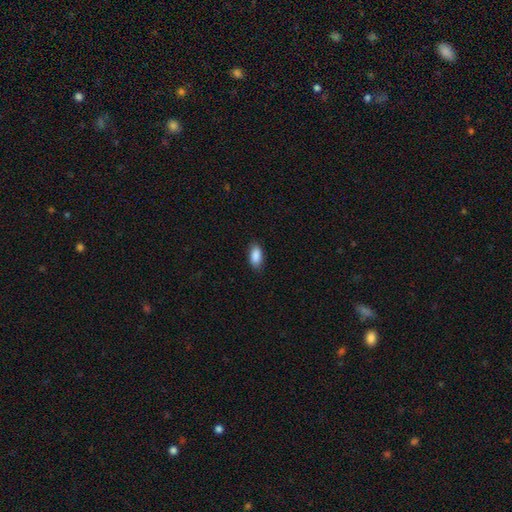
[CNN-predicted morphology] type=smooth (89%); roundness=in between (91%); merging=none (85%).